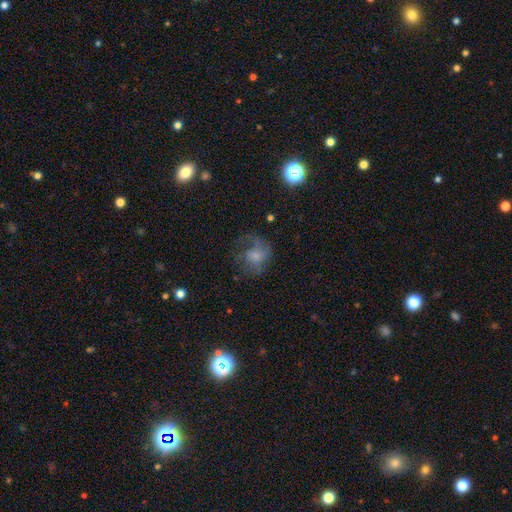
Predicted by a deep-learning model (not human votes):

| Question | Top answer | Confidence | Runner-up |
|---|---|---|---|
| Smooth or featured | featured or disk | 48% | smooth (42%) |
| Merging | none | 42% | major disturbance (35%) |